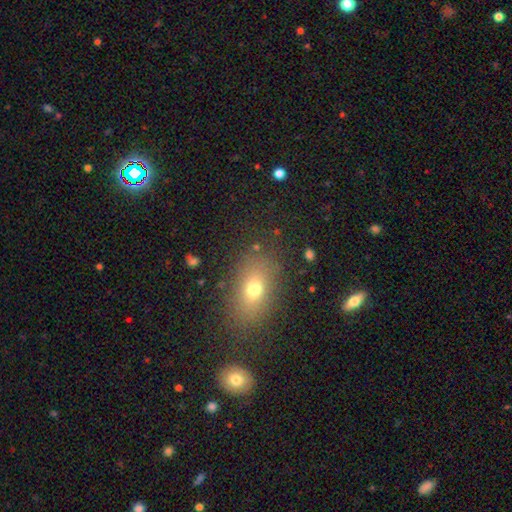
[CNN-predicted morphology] Smooth or featured: smooth — 65% (star or artifact — 20%)
How rounded: in between — 78% (round — 18%)
Merging: none — 82% (minor disturbance — 10%)